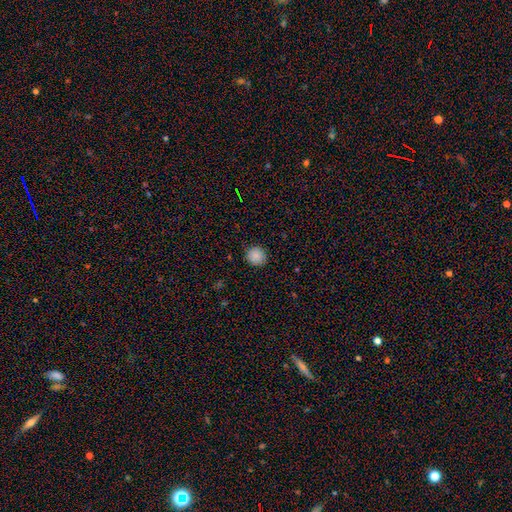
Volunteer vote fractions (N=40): Smooth or featured: smooth — 82% (star or artifact — 12%)
How rounded: round — 94% (in between — 3%)
Merging: none — 91% (minor disturbance — 6%)